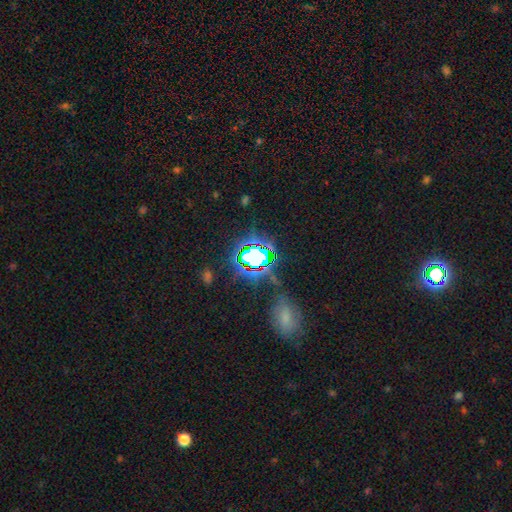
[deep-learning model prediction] smooth_or_featured: star or artifact (p=0.71) [alt: smooth p=0.19]